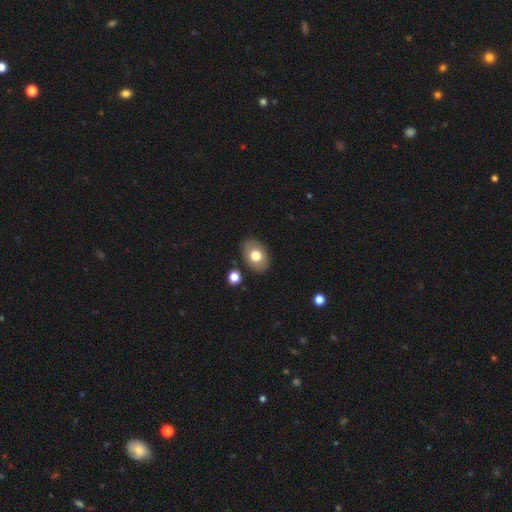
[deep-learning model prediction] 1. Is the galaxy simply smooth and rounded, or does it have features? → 72% smooth, 20% featured or disk, 8% star or artifact.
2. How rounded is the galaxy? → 80% in between, 19% round, 1% cigar-shaped.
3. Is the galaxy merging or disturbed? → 84% none, 10% minor disturbance, 3% merger, 3% major disturbance.